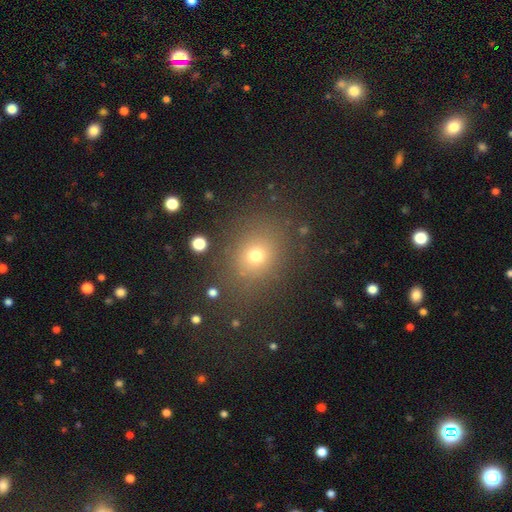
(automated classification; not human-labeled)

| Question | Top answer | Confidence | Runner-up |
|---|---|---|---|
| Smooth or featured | smooth | 70% | star or artifact (20%) |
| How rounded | round | 66% | in between (32%) |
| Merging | none | 81% | minor disturbance (11%) |